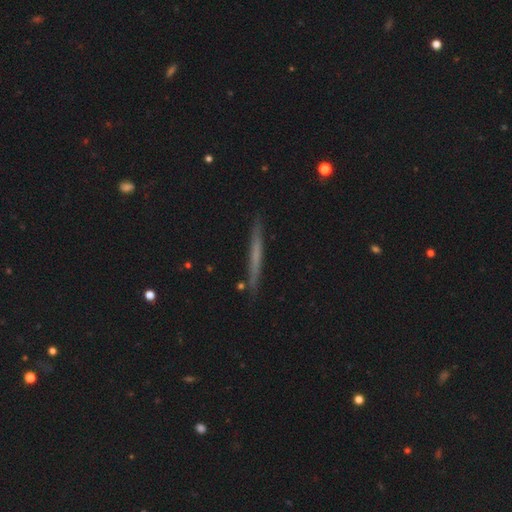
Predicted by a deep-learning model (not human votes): Smooth or featured? Predicted: featured or disk (p=0.47). Merging? Predicted: none (p=0.89).